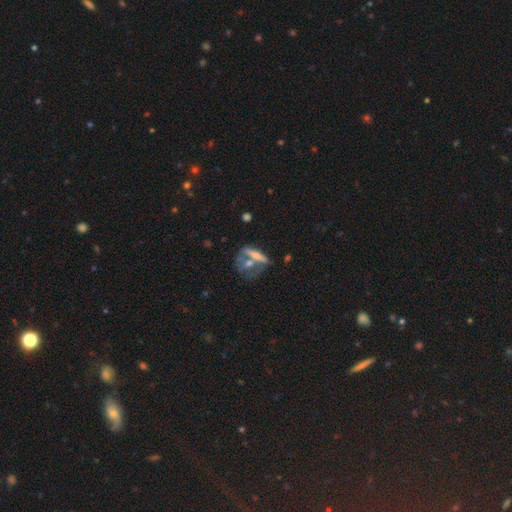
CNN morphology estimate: Q: Smooth or featured?
A: featured or disk (49%); runner-up: smooth (41%)
Q: Merging?
A: merger (40%); runner-up: none (39%)